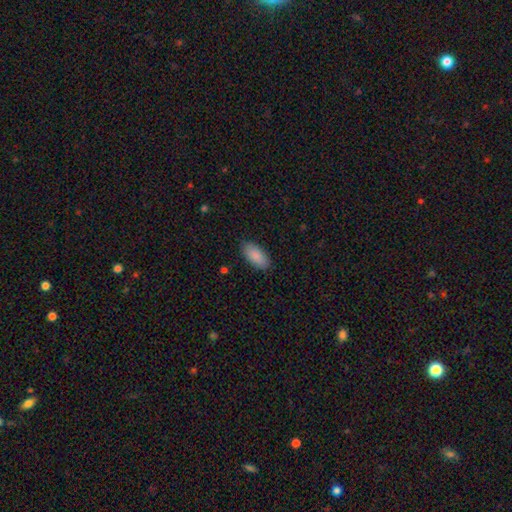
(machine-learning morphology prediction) Smooth or featured? smooth (89%)
How rounded? in between (92%)
Merging? none (88%)